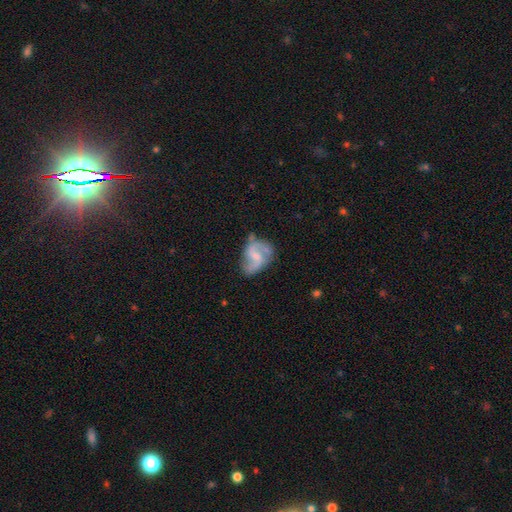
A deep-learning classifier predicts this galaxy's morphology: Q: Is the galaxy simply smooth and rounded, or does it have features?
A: featured or disk — 76%.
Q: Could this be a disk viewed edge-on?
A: no — 98%.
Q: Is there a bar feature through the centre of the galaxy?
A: weak — 55%.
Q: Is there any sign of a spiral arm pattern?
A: yes — 91%.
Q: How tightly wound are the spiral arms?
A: loose — 46%.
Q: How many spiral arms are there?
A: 2 — 86%.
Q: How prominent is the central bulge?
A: small — 49%.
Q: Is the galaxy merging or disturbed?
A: none — 58%.